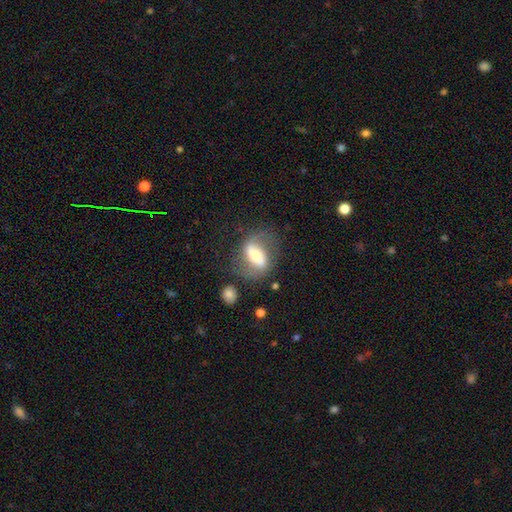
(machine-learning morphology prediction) Q: Smooth or featured?
A: featured or disk (60%); runner-up: smooth (33%)
Q: Edge-on disk?
A: no (91%); runner-up: yes (9%)
Q: Bar?
A: strong (52%); runner-up: weak (28%)
Q: Spiral arms?
A: yes (74%); runner-up: no (26%)
Q: Bulge size?
A: moderate (51%); runner-up: large (22%)
Q: Merging?
A: none (59%); runner-up: minor disturbance (20%)